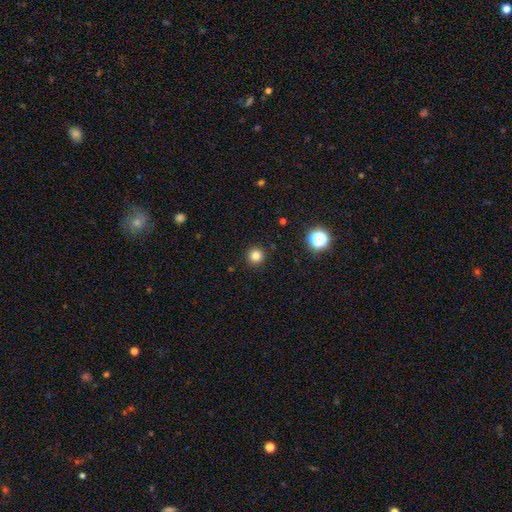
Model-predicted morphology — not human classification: Overall: smooth (82%). How rounded: round (95%). Merging: none (92%).